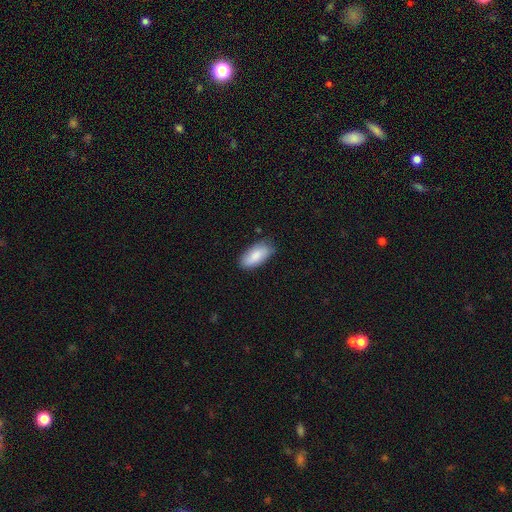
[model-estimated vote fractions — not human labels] Overall: smooth (85%). How rounded: in between (91%). Merging: none (75%).